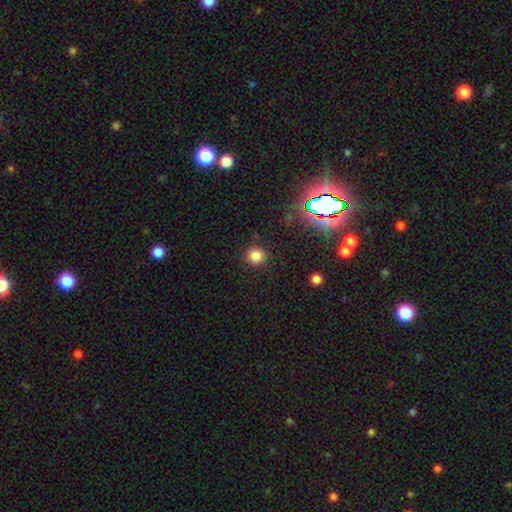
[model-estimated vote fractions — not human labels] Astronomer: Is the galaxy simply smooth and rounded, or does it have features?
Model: smooth — 80%.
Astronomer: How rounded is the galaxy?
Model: round — 87%.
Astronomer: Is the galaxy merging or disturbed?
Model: none — 87%.